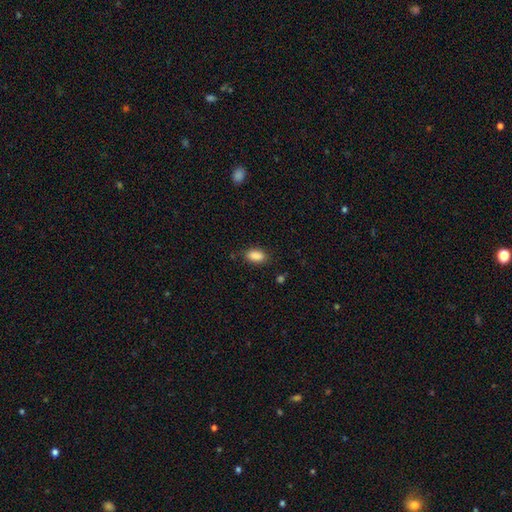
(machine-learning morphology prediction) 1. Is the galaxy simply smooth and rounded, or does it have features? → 88% smooth, 8% star or artifact, 4% featured or disk.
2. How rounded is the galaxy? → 91% in between, 5% round, 4% cigar-shaped.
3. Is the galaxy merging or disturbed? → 81% none, 14% minor disturbance, 3% major disturbance, 2% merger.